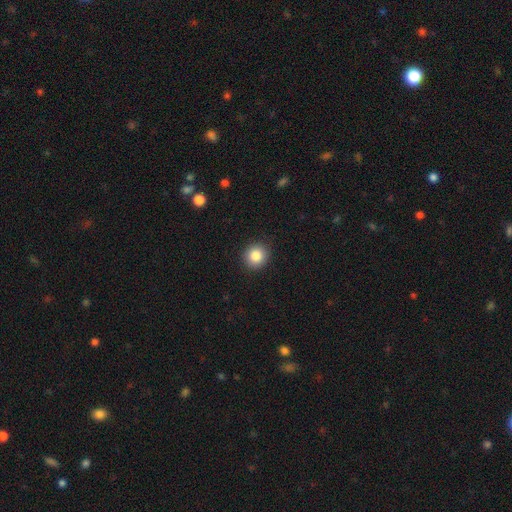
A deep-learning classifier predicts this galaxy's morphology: This appears to be a smooth galaxy with no disk features (85%) that is round (89%). Merging: none (91%).